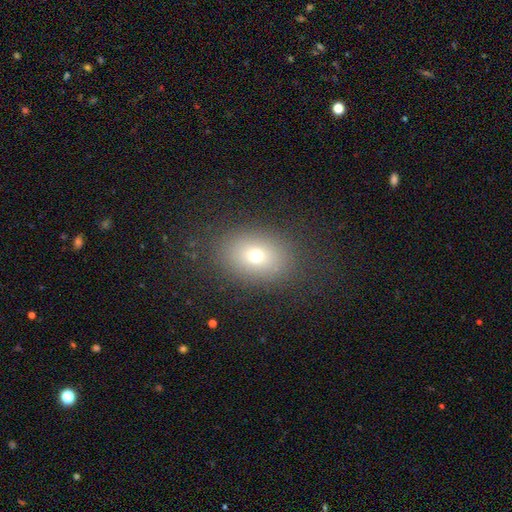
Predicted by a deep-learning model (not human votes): smooth_or_featured: smooth (p=0.69) [alt: star or artifact p=0.16]
how_rounded: in between (p=0.65) [alt: round p=0.34]
merging: none (p=0.83) [alt: minor disturbance p=0.10]